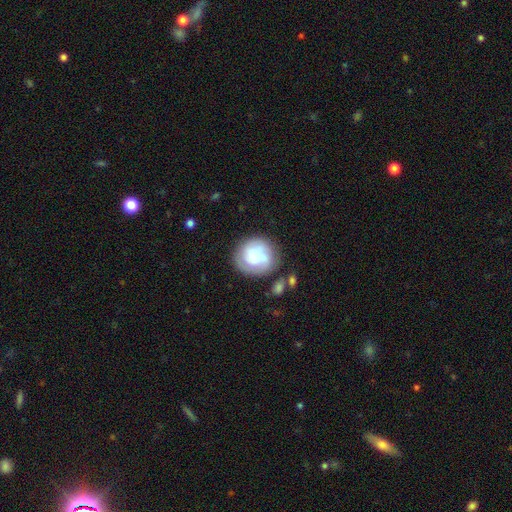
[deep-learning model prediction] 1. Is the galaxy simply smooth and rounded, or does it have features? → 60% smooth, 32% featured or disk, 8% star or artifact.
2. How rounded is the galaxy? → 84% round, 15% in between, 1% cigar-shaped.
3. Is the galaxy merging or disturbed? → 66% none, 19% minor disturbance, 9% major disturbance, 6% merger.